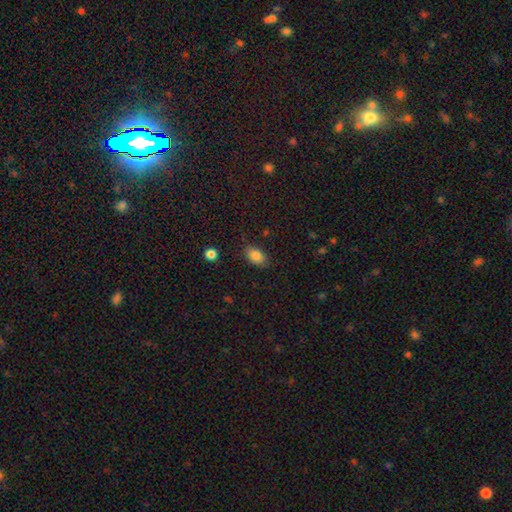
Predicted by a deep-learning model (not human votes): Morphology: type=smooth (84%); roundness=in between (86%); merging=none (80%).